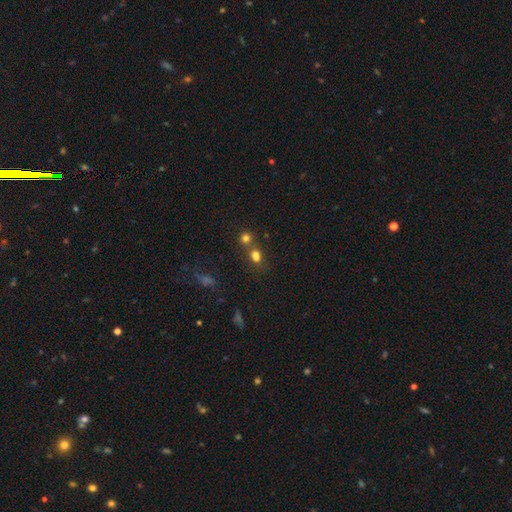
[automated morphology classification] This appears to be a smooth galaxy with no disk features (67%) that is round (65%). Merging: none (48%).